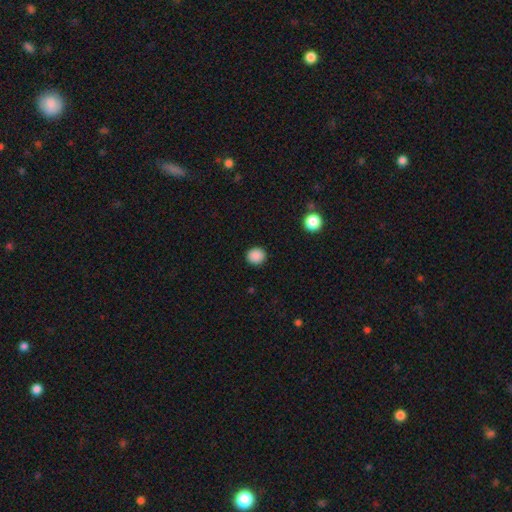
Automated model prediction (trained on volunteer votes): smooth-or-featured: smooth: 88% | star or artifact: 10% | featured or disk: 2%
  how-rounded: round: 88% | in between: 11% | cigar-shaped: 1%
  merging: none: 92% | minor disturbance: 5% | major disturbance: 2% | merger: 1%